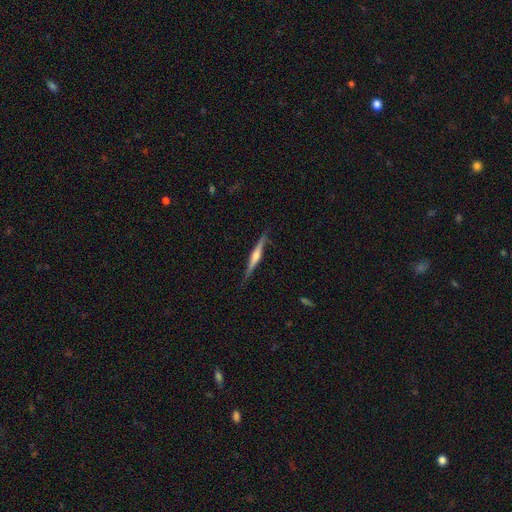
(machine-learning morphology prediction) smooth-or-featured: featured or disk: 74% | smooth: 21% | star or artifact: 5%
  disk-edge-on: yes: 98% | no: 2%
    edge-on-bulge: rounded: 78% | boxy: 13% | none: 9%
  merging: none: 86% | minor disturbance: 11% | major disturbance: 2% | merger: 1%